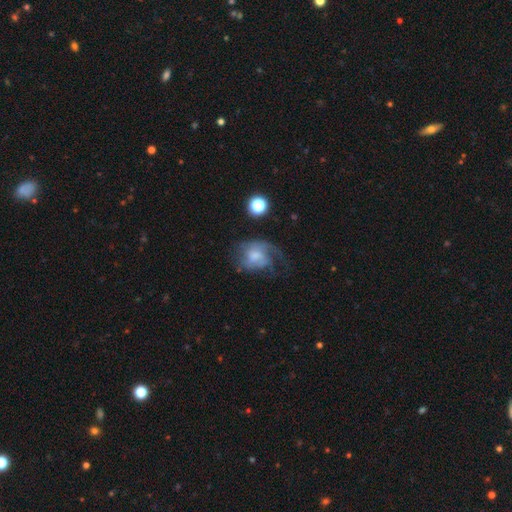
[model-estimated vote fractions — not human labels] Morphology: type=featured or disk (59%); edge-on=no (97%); bar=no (63%); spiral arms=yes (75%); bulge=moderate (38%); merging=major disturbance (41%).